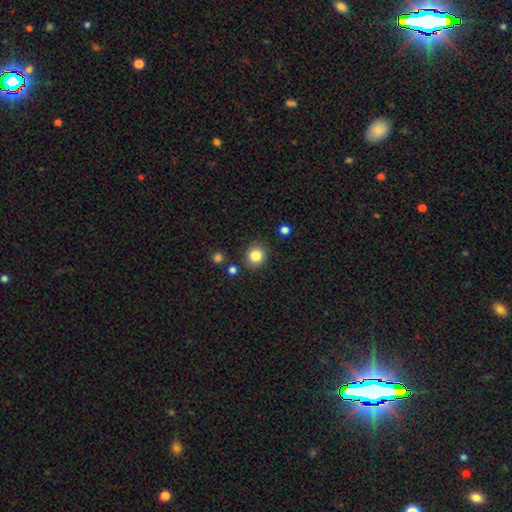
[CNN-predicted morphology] The model was most divided on "smooth or featured": smooth: 84%, star or artifact: 11%, featured or disk: 5%. More confident: how rounded — round (90%); merging — none (87%).